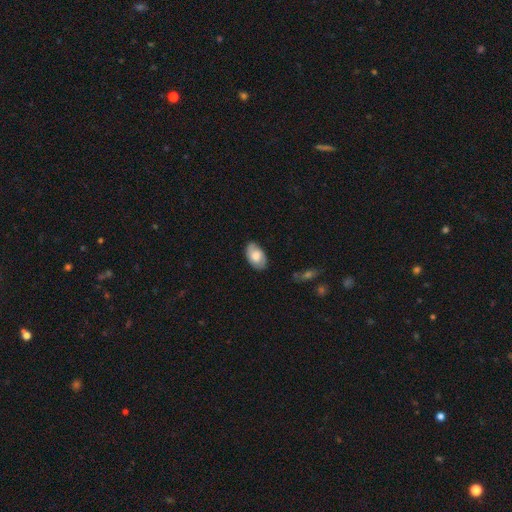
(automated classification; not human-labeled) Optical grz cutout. It shows a smooth galaxy with no disk features (67%) that is in between round and cigar-shaped (93%). Merging: none (79%).